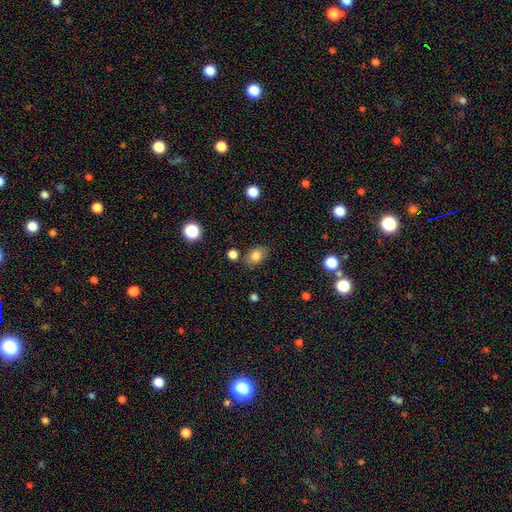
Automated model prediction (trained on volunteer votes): smooth-or-featured: smooth: 82% | star or artifact: 10% | featured or disk: 8%
  how-rounded: in between: 73% | round: 26% | cigar-shaped: 1%
  merging: none: 78% | minor disturbance: 13% | merger: 5% | major disturbance: 3%